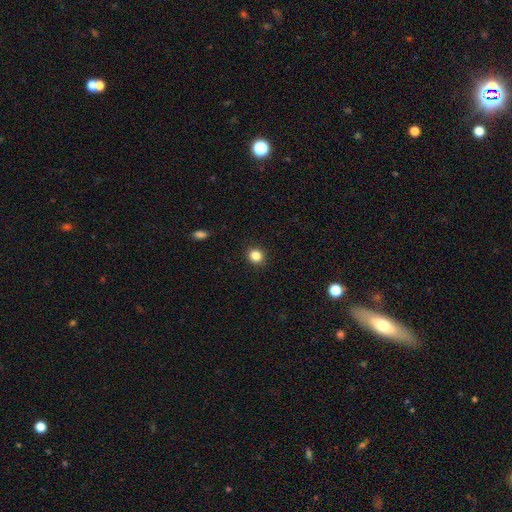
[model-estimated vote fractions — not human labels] Overall: smooth (85%). How rounded: round (84%). Merging: none (91%).